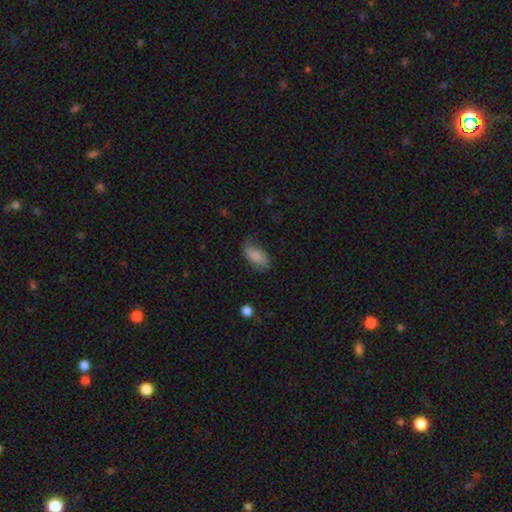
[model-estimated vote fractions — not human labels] Smooth or featured?
  - smooth: 81% *
  - featured or disk: 12%
  - star or artifact: 8%
How rounded?
  - in between: 92% *
  - cigar-shaped: 5%
  - round: 3%
Merging?
  - none: 62% *
  - minor disturbance: 27%
  - major disturbance: 9%
  - merger: 2%